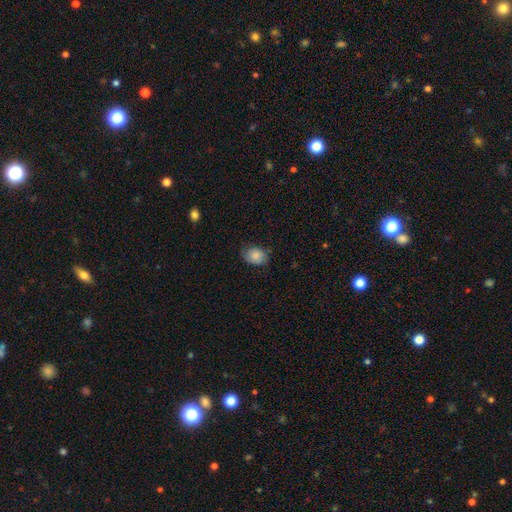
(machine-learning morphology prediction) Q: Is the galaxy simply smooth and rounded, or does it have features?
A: smooth — 76%.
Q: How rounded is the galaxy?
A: in between — 65%.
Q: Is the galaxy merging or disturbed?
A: none — 69%.